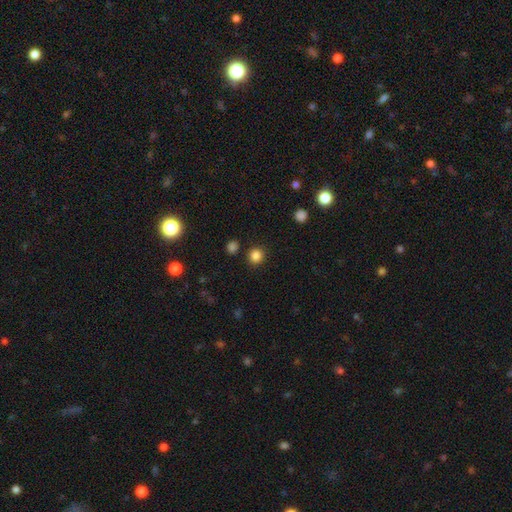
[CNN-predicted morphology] A smooth galaxy with no disk features (85%) that is round (90%). Merging: none (88%).